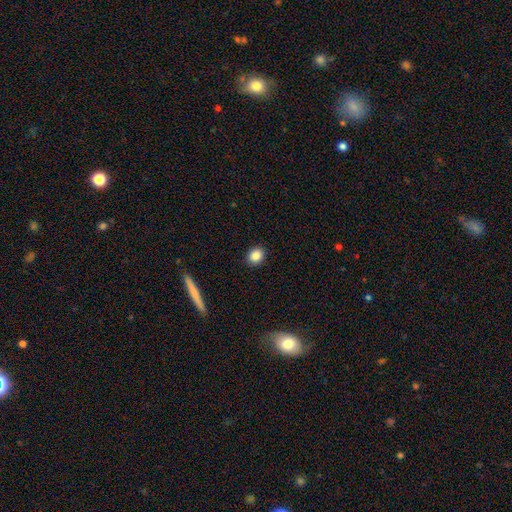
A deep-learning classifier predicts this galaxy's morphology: A smooth galaxy with no disk features (85%) that is round (64%).

Vote fractions:
- Smooth or featured? smooth: 85% / star or artifact: 9% / featured or disk: 5%
- How rounded? round: 64% / in between: 34% / cigar-shaped: 2%
- Merging? none: 91% / minor disturbance: 6% / major disturbance: 2% / merger: 1%